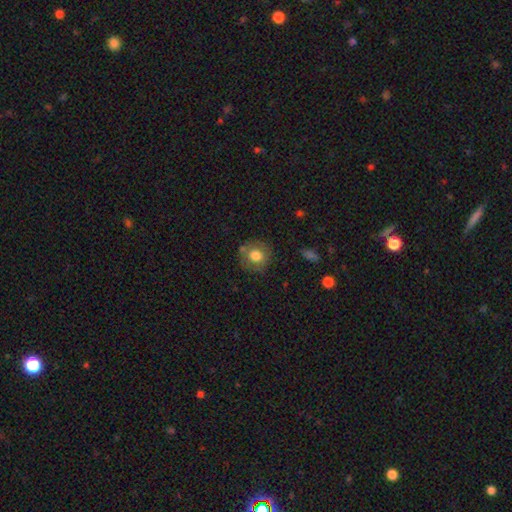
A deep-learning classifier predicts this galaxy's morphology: smooth_or_featured: smooth (p=0.75) [alt: featured or disk p=0.16]
how_rounded: round (p=0.86) [alt: in between p=0.13]
merging: none (p=0.77) [alt: minor disturbance p=0.14]